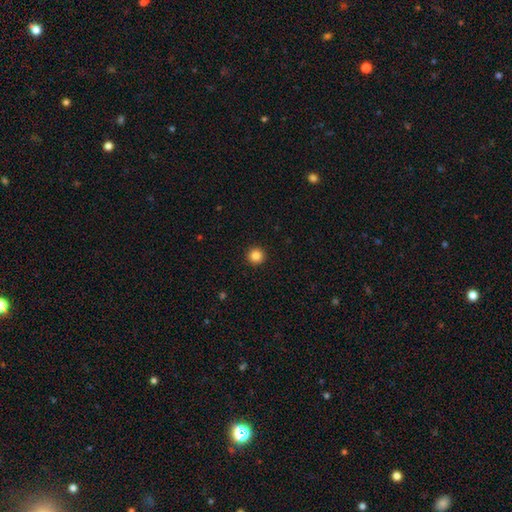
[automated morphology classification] Q: Smooth or featured?
A: smooth (86%); runner-up: star or artifact (11%)
Q: How rounded?
A: round (96%); runner-up: in between (3%)
Q: Merging?
A: none (93%); runner-up: minor disturbance (4%)